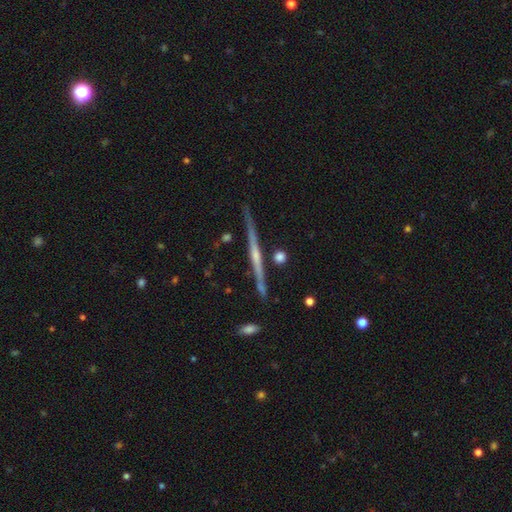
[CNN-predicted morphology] Smooth or featured? Predicted: featured or disk (p=0.76). Edge-on disk? Predicted: yes (p=0.98). Edge-on bulge? Predicted: rounded (p=0.48). Merging? Predicted: none (p=0.85).